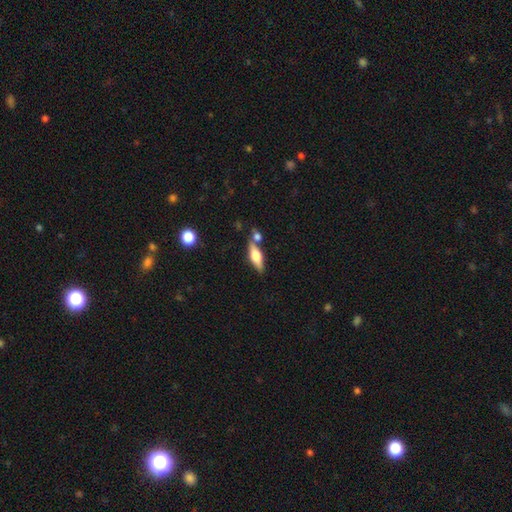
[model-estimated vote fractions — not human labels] Morphology: type=featured or disk (52%); edge-on=yes (92%); merging=none (68%).